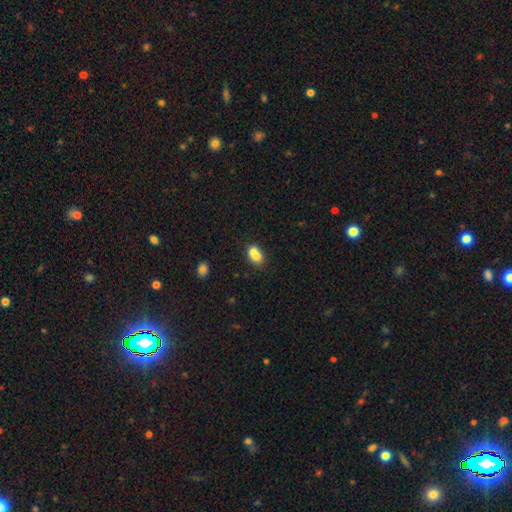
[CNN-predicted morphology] Smooth or featured: smooth — 77% (featured or disk — 14%)
How rounded: in between — 74% (round — 24%)
Merging: merger — 46% (none — 37%)